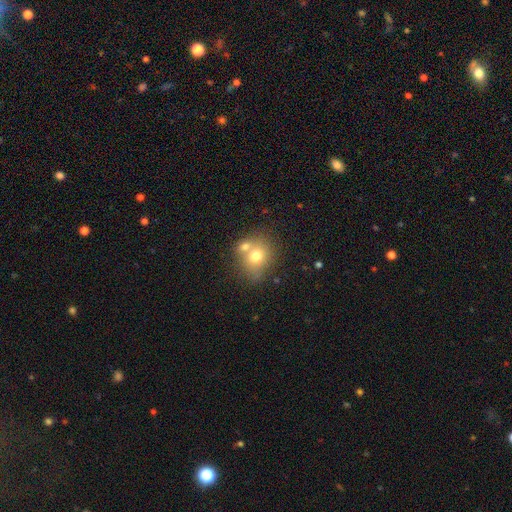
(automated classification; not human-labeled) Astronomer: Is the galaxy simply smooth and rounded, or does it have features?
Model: smooth — 71%.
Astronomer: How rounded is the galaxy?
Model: round — 67%.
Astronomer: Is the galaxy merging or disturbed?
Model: none — 45% (runner-up: merger, 39%).